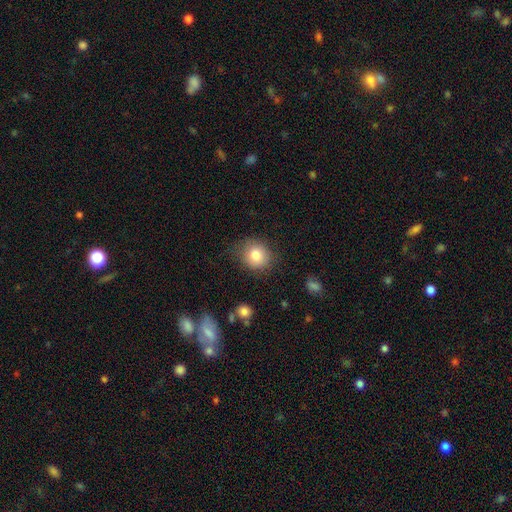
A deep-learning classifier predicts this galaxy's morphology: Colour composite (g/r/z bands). It shows a smooth galaxy with no disk features (81%) that is round (77%). Merging: none (76%).